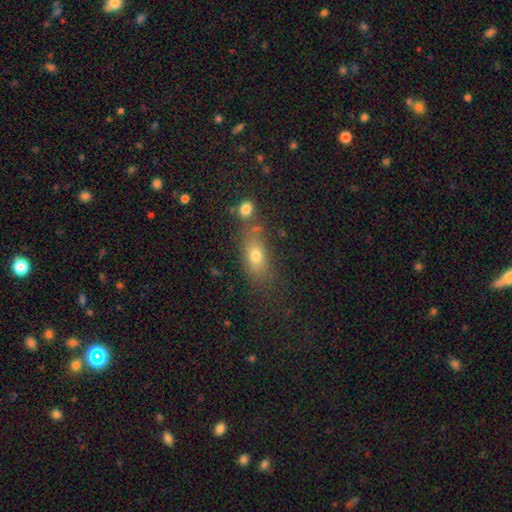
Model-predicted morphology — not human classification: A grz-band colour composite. It shows a smooth galaxy with no disk features (70%) that is in between round and cigar-shaped (71%). Merging: none (59%).